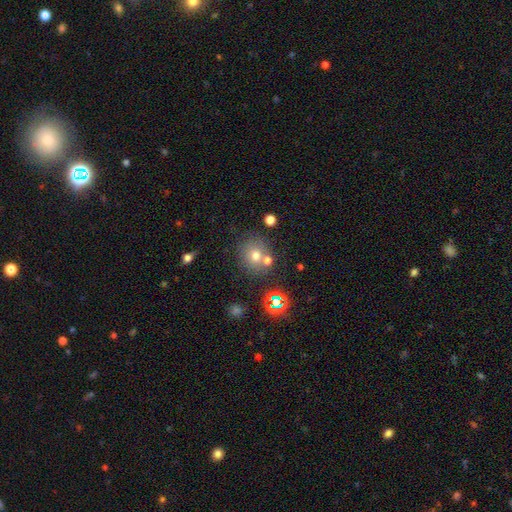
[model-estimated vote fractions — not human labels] Overall: smooth (67%). How rounded: round (86%). Merging: none (64%).